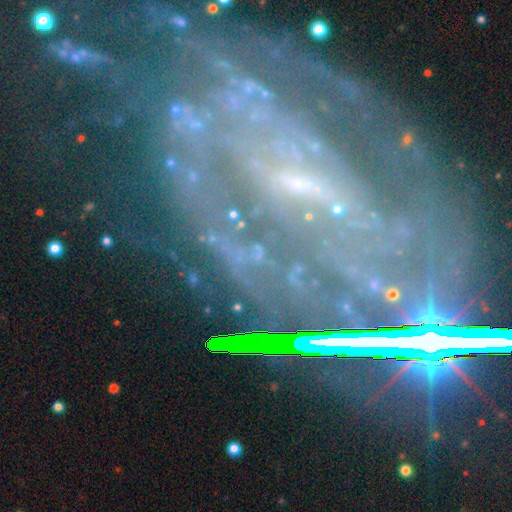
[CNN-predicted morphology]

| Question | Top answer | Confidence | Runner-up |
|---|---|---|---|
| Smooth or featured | star or artifact | 62% | featured or disk (27%) |